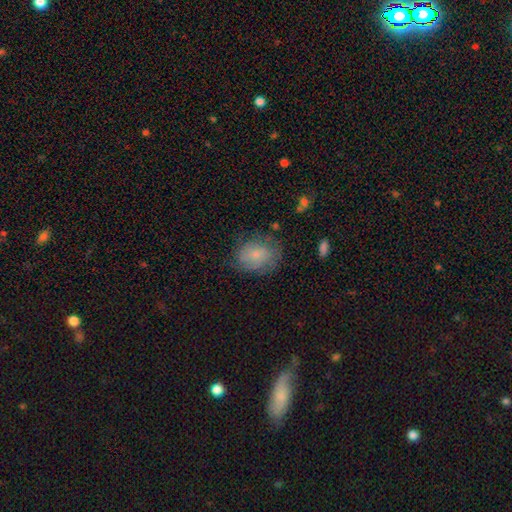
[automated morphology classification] Q: Smooth or featured?
A: smooth (66%); runner-up: featured or disk (25%)
Q: How rounded?
A: in between (53%); runner-up: round (46%)
Q: Merging?
A: none (65%); runner-up: minor disturbance (24%)